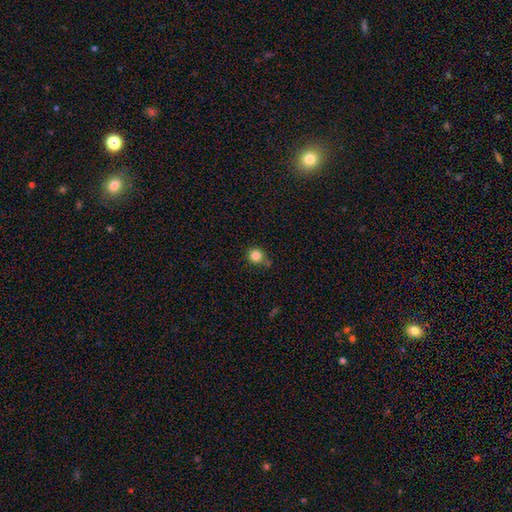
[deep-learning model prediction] Smooth or featured: smooth — 84% (star or artifact — 11%)
How rounded: round — 89% (in between — 10%)
Merging: none — 70% (minor disturbance — 19%)